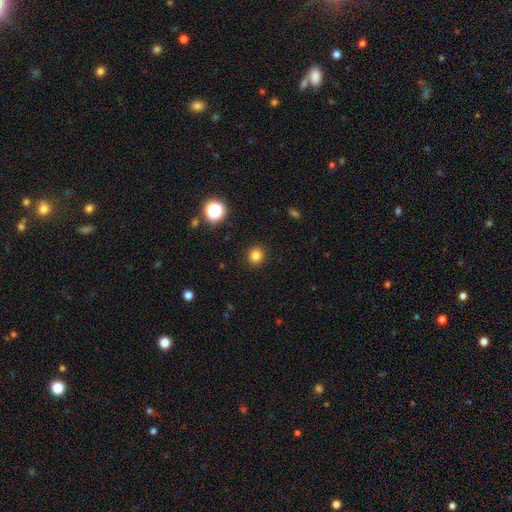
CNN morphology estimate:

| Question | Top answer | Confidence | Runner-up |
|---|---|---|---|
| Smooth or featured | smooth | 82% | star or artifact (14%) |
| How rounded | round | 91% | in between (8%) |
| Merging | none | 92% | minor disturbance (5%) |